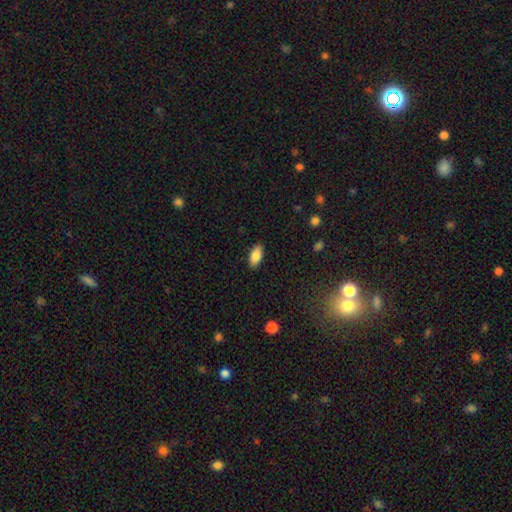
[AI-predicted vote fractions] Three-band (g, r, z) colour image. It shows a smooth galaxy with no disk features (87%) that is in between round and cigar-shaped (90%). Merging: none (88%).